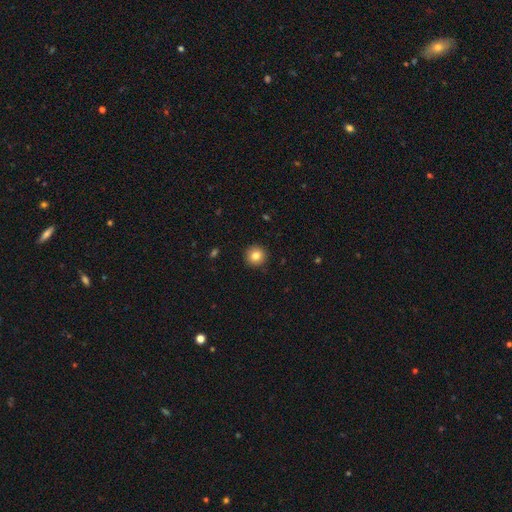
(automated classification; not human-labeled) This appears to be a smooth galaxy with no disk features (83%) that is round (95%). Merging: none (92%).